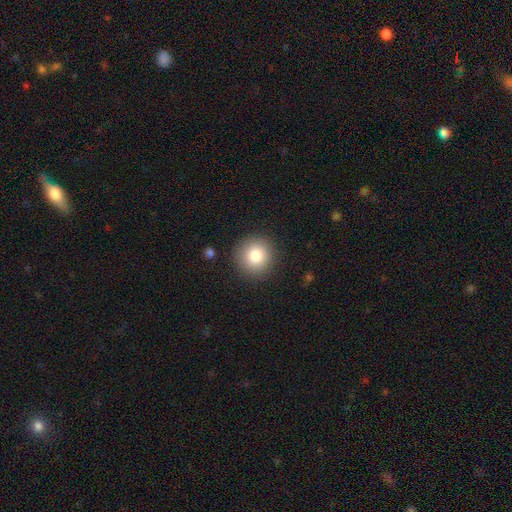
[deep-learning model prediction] Smooth or featured?
  - smooth: 81% *
  - star or artifact: 10%
  - featured or disk: 9%
How rounded?
  - round: 95% *
  - in between: 5%
  - cigar-shaped: 1%
Merging?
  - none: 90% *
  - minor disturbance: 6%
  - major disturbance: 2%
  - merger: 1%